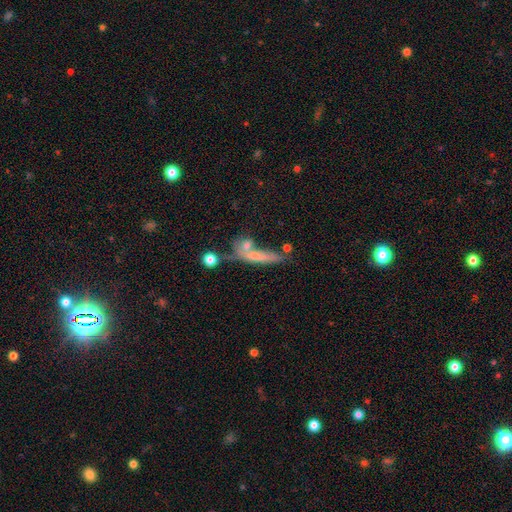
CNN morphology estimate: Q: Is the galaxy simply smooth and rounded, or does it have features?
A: smooth — 55%.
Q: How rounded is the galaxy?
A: cigar-shaped — 80%.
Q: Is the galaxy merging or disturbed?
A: none — 50%.